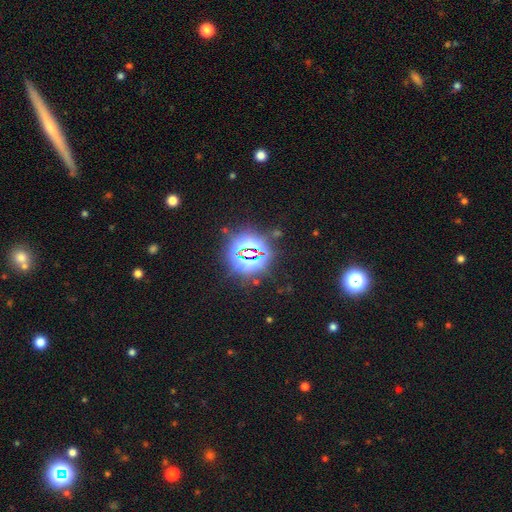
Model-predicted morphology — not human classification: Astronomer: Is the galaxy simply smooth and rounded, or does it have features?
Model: star or artifact — 80%.